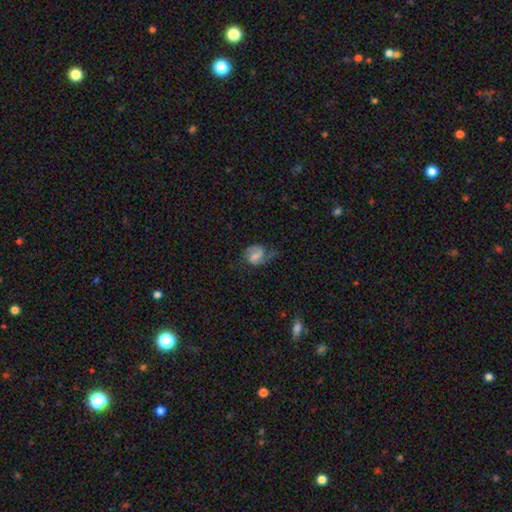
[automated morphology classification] This appears to be a featured or disk galaxy (71%) with a weak bar (52%), 2 (81%) medium (49%) spiral arms (93%) and a small central bulge (34%). Merging: none (56%).